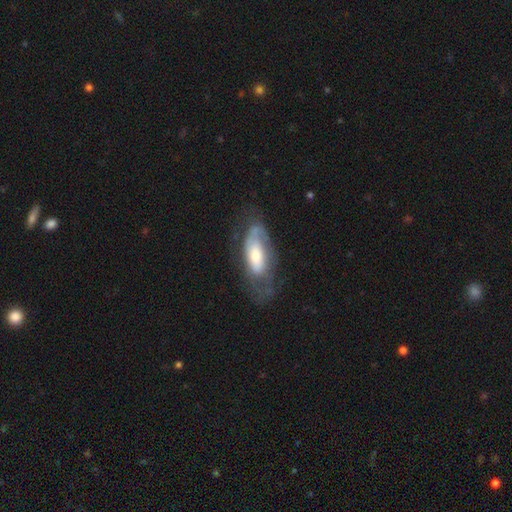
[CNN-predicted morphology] smooth-or-featured: featured or disk: 62% | smooth: 32% | star or artifact: 6%
  disk-edge-on: no: 84% | yes: 16%
    bar: no: 64% | weak: 27% | strong: 10%
    has-spiral-arms: yes: 65% | no: 35%
    bulge-size: moderate: 51% | large: 23% | small: 21% | none: 3% | dominant: 2%
  merging: none: 56% | minor disturbance: 23% | major disturbance: 19% | merger: 2%